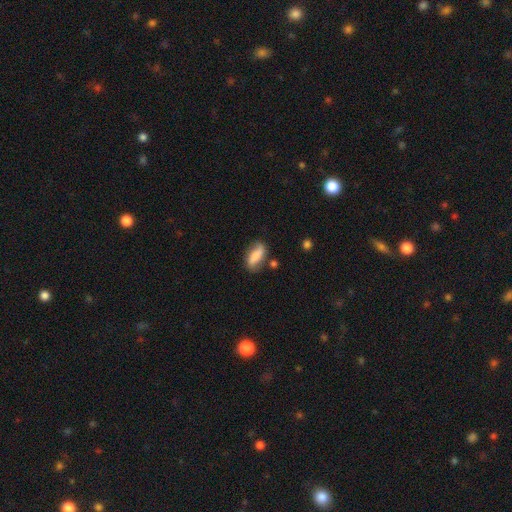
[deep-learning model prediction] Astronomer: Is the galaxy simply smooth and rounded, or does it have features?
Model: smooth — 68%.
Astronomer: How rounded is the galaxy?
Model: in between — 82%.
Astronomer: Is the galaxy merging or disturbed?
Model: none — 69%.